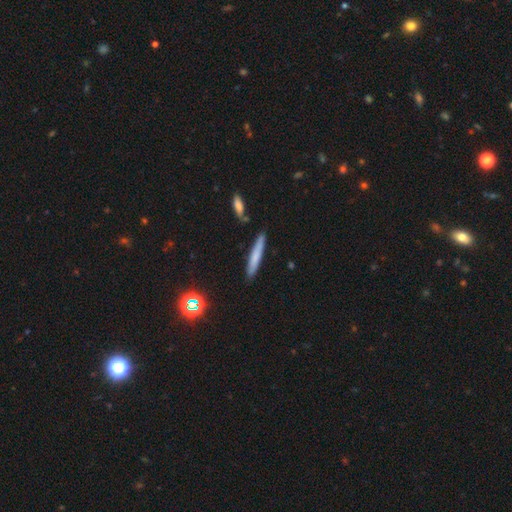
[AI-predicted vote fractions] A smooth galaxy with no disk features (67%) that is cigar-shaped (93%). Merging: none (84%).